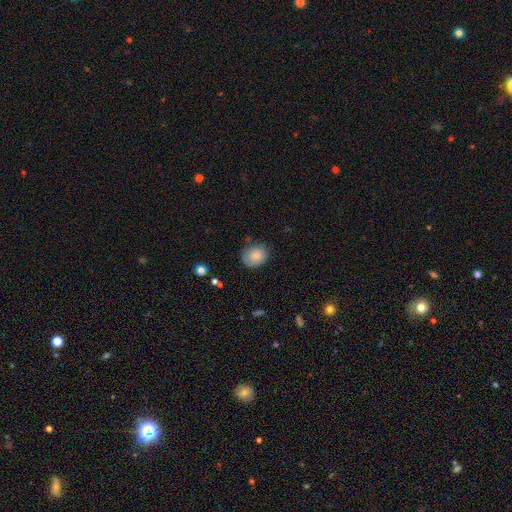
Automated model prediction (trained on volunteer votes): This appears to be a smooth galaxy with no disk features (80%) that is round (58%). Merging: none (73%).